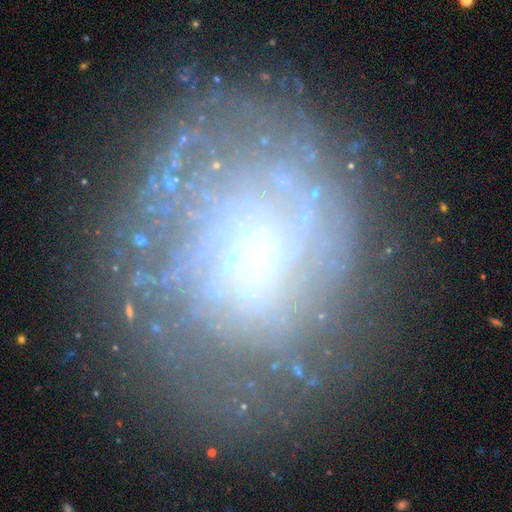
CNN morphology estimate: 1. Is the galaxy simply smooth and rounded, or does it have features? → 73% featured or disk, 15% smooth, 12% star or artifact.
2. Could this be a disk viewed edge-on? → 97% no, 3% yes.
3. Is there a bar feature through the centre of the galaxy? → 76% no, 19% weak, 5% strong.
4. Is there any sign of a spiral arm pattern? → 86% yes, 14% no.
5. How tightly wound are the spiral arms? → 63% tight, 26% medium, 11% loose.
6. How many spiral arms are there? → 46% can't tell, 13% 2, 12% 4, 12% more than 4, 11% 3, 7% 1.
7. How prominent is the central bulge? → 73% small, 11% none, 11% moderate, 3% large, 2% dominant.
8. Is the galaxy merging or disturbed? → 68% none, 18% minor disturbance, 12% major disturbance, 2% merger.